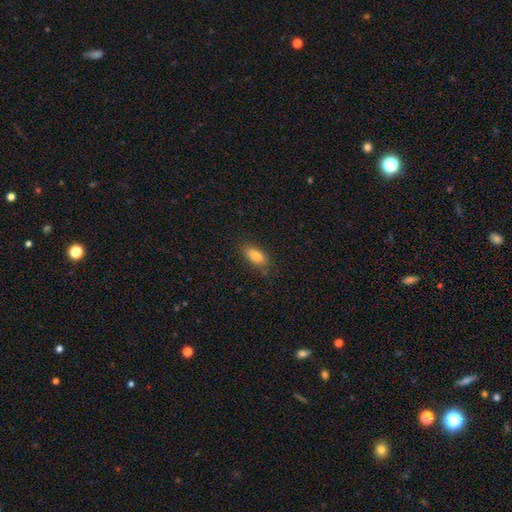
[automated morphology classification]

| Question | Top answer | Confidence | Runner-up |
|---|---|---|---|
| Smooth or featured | smooth | 83% | featured or disk (9%) |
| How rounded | in between | 83% | cigar-shaped (14%) |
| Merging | none | 80% | minor disturbance (15%) |